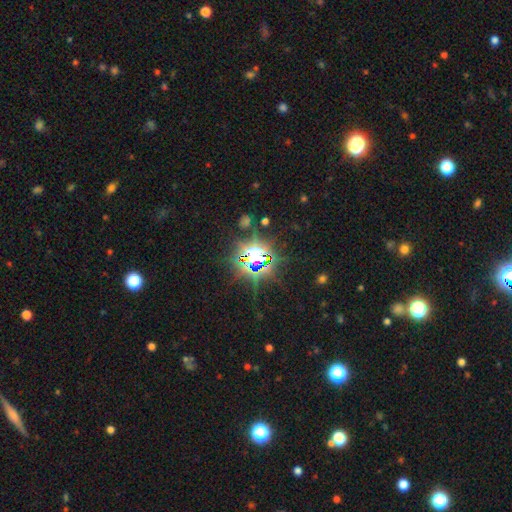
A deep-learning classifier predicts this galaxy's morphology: Smooth or featured? Predicted: star or artifact (p=0.80).